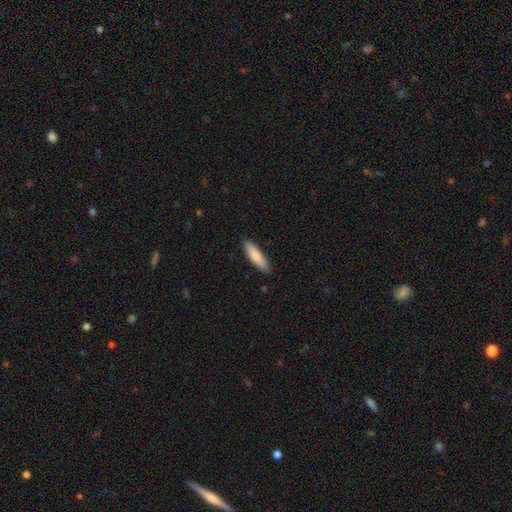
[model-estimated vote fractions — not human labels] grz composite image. It shows a smooth galaxy with no disk features (85%) that is cigar-shaped (65%). Merging: none (86%).